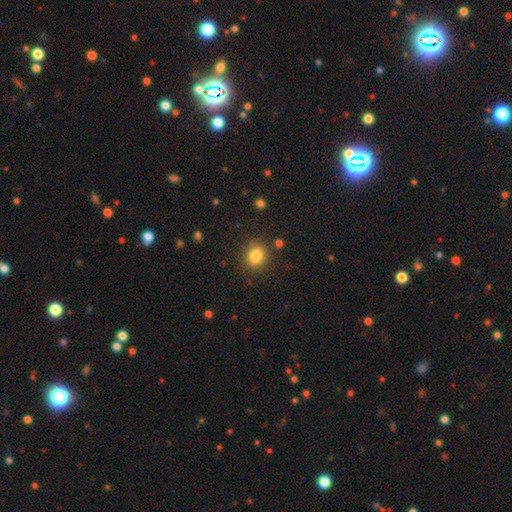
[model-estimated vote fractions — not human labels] Smooth or featured? Predicted: smooth (p=0.83). How rounded? Predicted: round (p=0.67). Merging? Predicted: none (p=0.86).